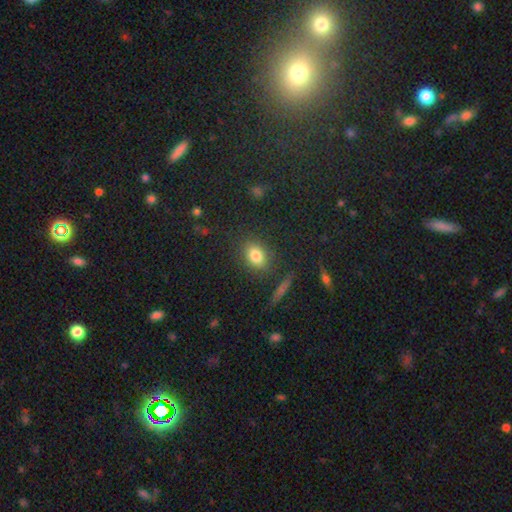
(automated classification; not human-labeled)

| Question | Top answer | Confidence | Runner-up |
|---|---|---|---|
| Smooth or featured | smooth | 80% | star or artifact (12%) |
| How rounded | in between | 60% | round (37%) |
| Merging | none | 83% | minor disturbance (11%) |